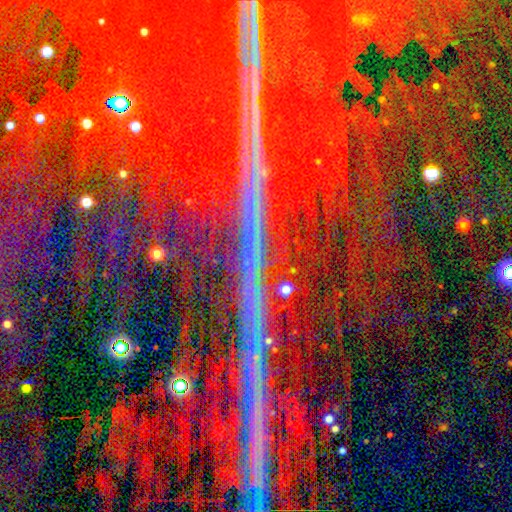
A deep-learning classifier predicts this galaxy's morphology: A star or artifact, not a galaxy (89%).

Vote fractions:
- Smooth or featured? star or artifact: 89% / featured or disk: 7% / smooth: 5%